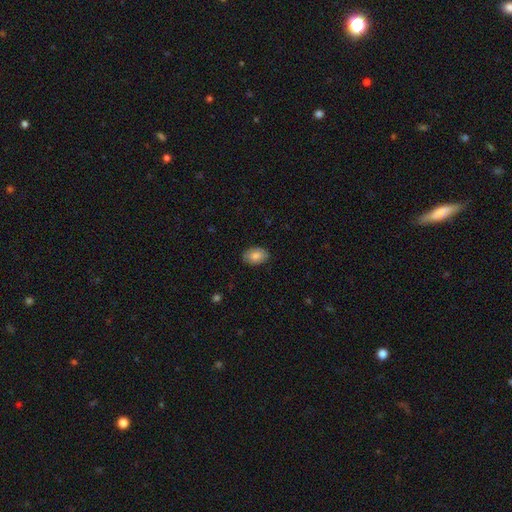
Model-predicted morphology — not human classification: The model was most divided on "how rounded": in between: 81%, round: 17%, cigar-shaped: 1%. More confident: merging — none (85%); smooth or featured — smooth (81%).